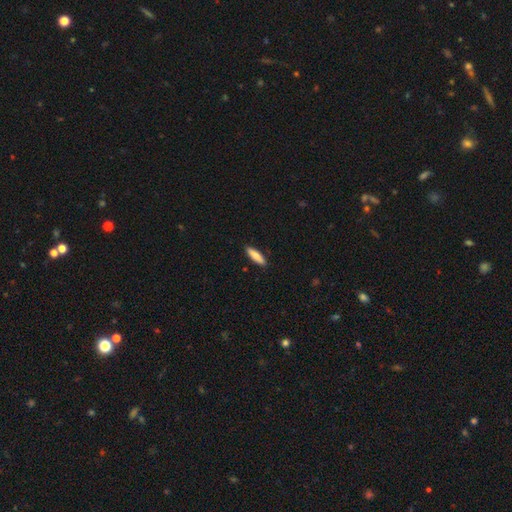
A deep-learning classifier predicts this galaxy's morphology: Q: Smooth or featured?
A: smooth (83%); runner-up: featured or disk (11%)
Q: How rounded?
A: cigar-shaped (67%); runner-up: in between (31%)
Q: Merging?
A: none (90%); runner-up: minor disturbance (7%)